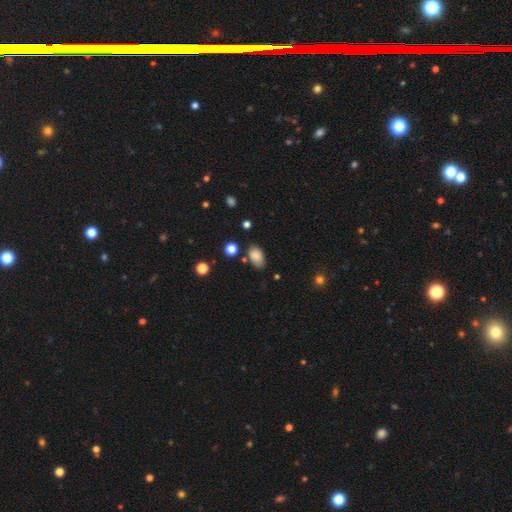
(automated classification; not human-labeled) Smooth or featured: smooth — 85% (star or artifact — 9%)
How rounded: in between — 90% (round — 9%)
Merging: none — 75% (minor disturbance — 17%)